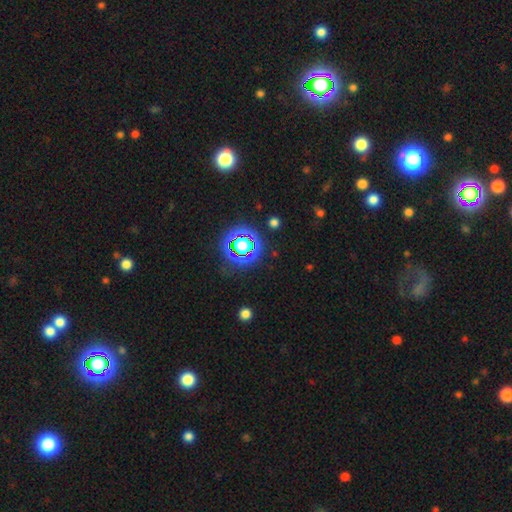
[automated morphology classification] star or artifact 73%, smooth 18%, featured or disk 9%.